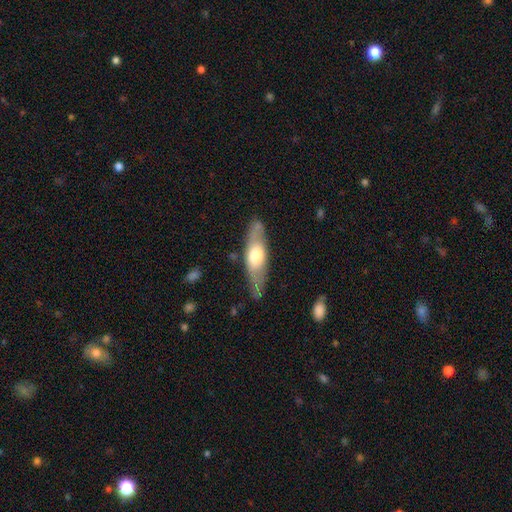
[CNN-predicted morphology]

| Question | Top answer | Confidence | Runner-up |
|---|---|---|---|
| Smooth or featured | featured or disk | 48% | smooth (47%) |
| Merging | none | 75% | minor disturbance (18%) |